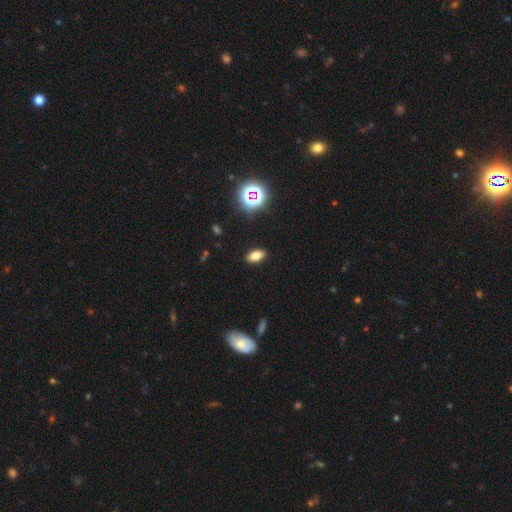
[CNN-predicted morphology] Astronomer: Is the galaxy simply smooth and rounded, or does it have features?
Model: smooth — 74%.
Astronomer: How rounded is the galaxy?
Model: in between — 87%.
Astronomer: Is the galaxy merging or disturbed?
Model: none — 90%.